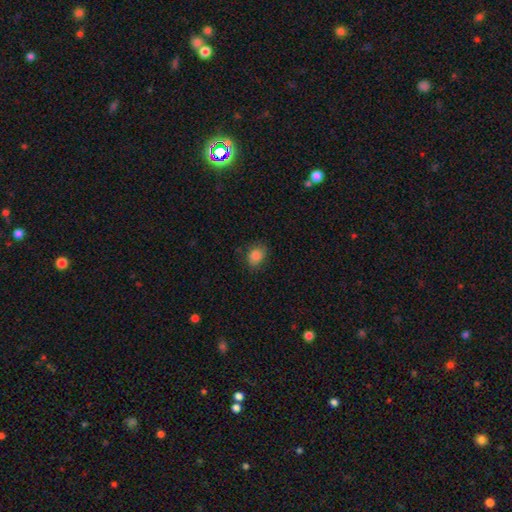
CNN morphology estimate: Smooth or featured? smooth (85%)
How rounded? in between (57%)
Merging? none (80%)